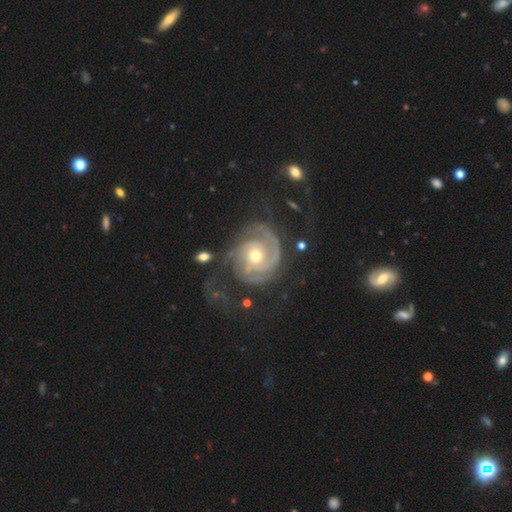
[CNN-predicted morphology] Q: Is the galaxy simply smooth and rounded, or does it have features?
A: featured or disk — 91%.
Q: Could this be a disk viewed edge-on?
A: no — 98%.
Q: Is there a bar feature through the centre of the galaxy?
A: no — 73%.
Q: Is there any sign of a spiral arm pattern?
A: yes — 98%.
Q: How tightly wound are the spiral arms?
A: tight — 65%.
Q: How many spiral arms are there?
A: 2 — 37%.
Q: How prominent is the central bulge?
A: moderate — 61%.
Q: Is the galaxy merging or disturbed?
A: none — 56%.